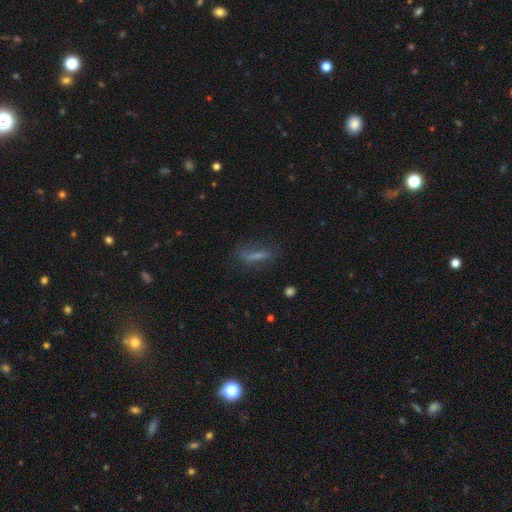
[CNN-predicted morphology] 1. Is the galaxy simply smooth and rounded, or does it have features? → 61% smooth, 26% featured or disk, 13% star or artifact.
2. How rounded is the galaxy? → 70% cigar-shaped, 27% in between, 4% round.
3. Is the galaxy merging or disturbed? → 67% none, 19% minor disturbance, 12% major disturbance, 2% merger.